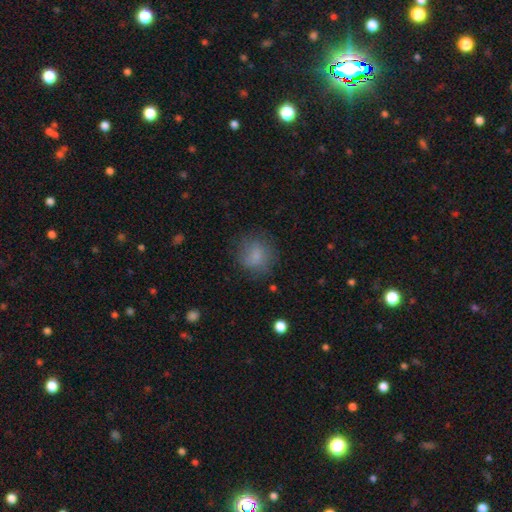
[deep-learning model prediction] smooth_or_featured: smooth (p=0.77) [alt: featured or disk p=0.13]
how_rounded: round (p=0.78) [alt: in between p=0.21]
merging: none (p=0.67) [alt: minor disturbance p=0.20]